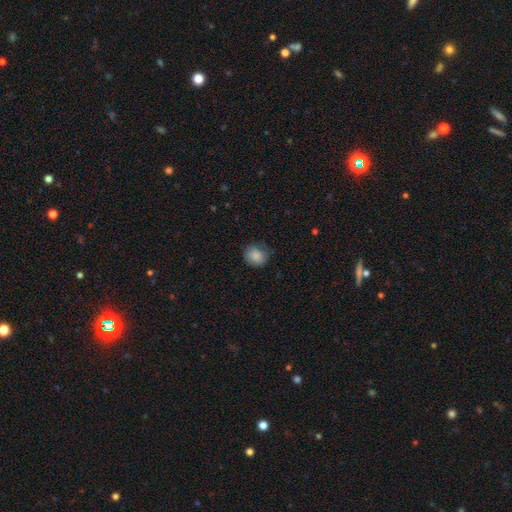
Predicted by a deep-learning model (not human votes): This appears to be a smooth galaxy with no disk features (85%) that is round (74%). Merging: none (70%).